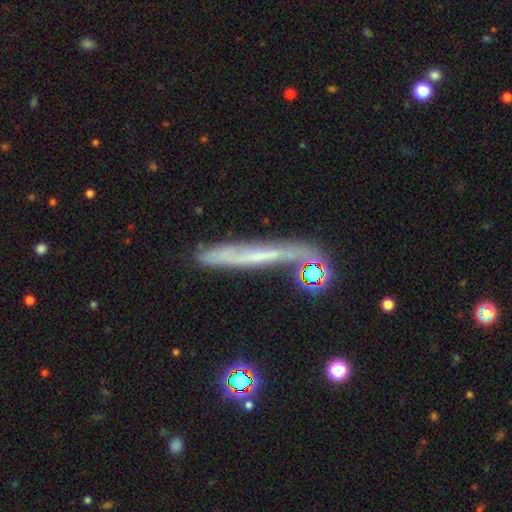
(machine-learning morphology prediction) The model was most divided on "smooth or featured": featured or disk: 56%, smooth: 30%, star or artifact: 14%. More confident: edge-on disk — yes (77%); merging — none (63%).